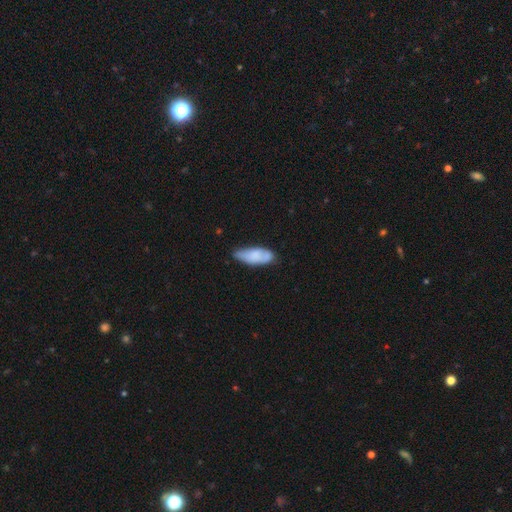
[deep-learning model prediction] A smooth galaxy with no disk features (74%) that is in between round and cigar-shaped (77%). Merging: none (54%).